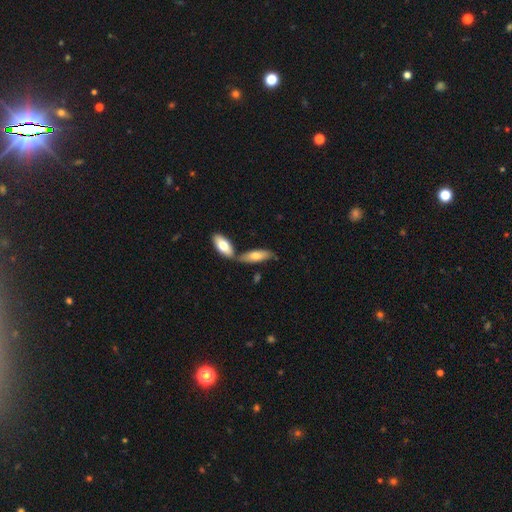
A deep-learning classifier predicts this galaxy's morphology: Smooth or featured? smooth (66%)
How rounded? in between (63%)
Merging? none (54%)